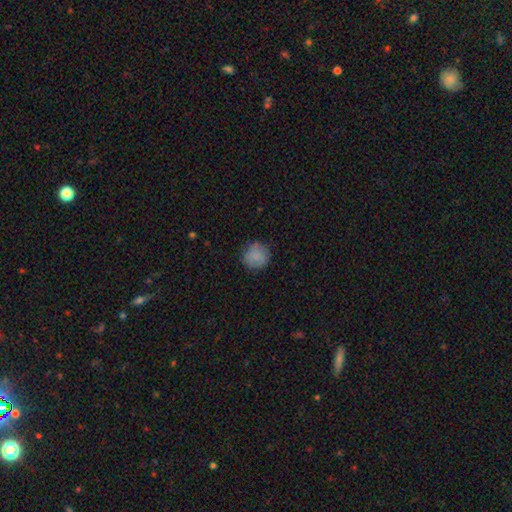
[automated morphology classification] smooth-or-featured: smooth: 83% | star or artifact: 9% | featured or disk: 8%
  how-rounded: round: 90% | in between: 9% | cigar-shaped: 1%
  merging: none: 78% | minor disturbance: 16% | major disturbance: 5% | merger: 1%